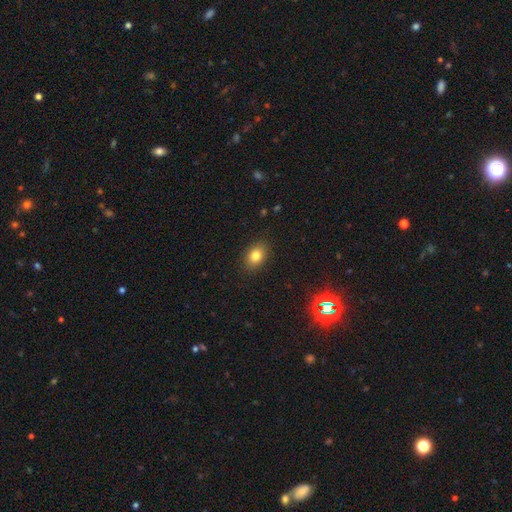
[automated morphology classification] Q: Smooth or featured?
A: smooth (82%); runner-up: star or artifact (10%)
Q: How rounded?
A: in between (75%); runner-up: round (24%)
Q: Merging?
A: none (88%); runner-up: minor disturbance (9%)